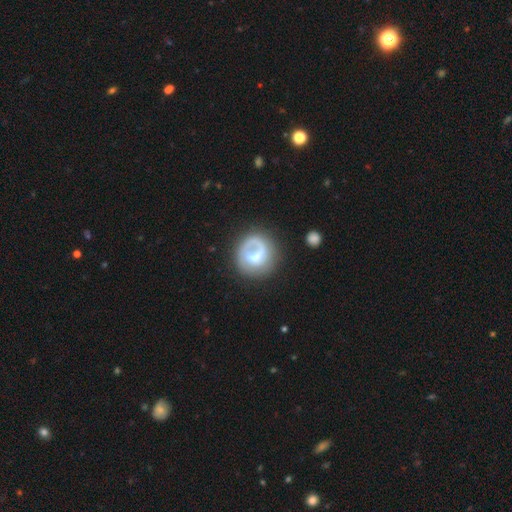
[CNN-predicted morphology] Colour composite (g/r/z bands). It shows a featured or disk galaxy (53%) with a weak bar (40%), spiral arms (55%) and a moderate central bulge (33%). Merging: none (58%).